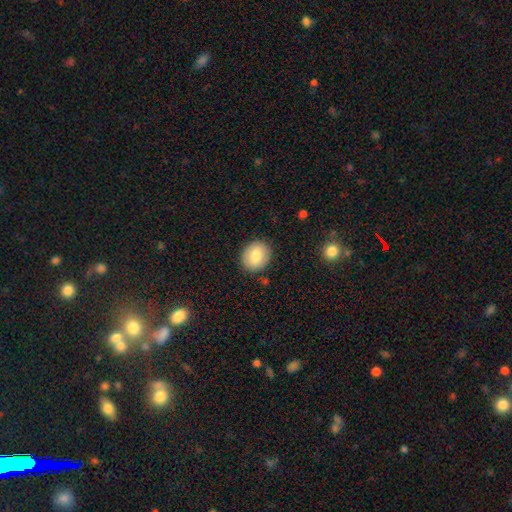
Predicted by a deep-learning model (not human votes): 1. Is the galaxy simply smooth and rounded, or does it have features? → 81% smooth, 11% featured or disk, 8% star or artifact.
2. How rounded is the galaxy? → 71% round, 28% in between, 1% cigar-shaped.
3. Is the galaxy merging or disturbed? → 88% none, 9% minor disturbance, 2% major disturbance, 2% merger.